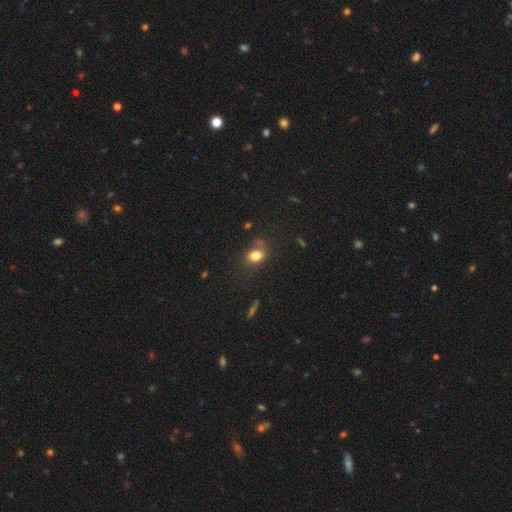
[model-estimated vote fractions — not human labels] A smooth galaxy with no disk features (80%) that is in between round and cigar-shaped (71%). Merging: none (58%).